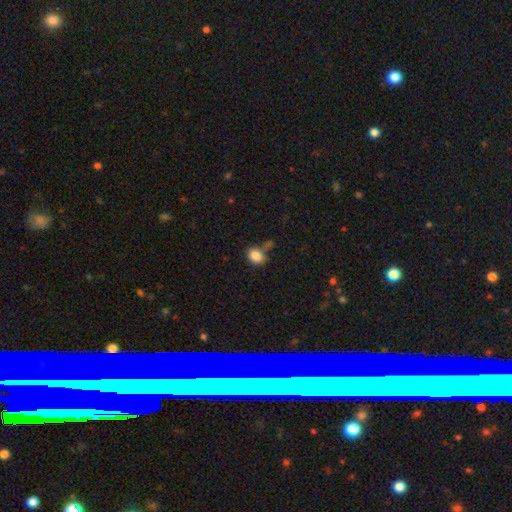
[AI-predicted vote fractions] smooth_or_featured: smooth (p=0.85) [alt: star or artifact p=0.09]
how_rounded: in between (p=0.69) [alt: round p=0.30]
merging: none (p=0.58) [alt: minor disturbance p=0.19]